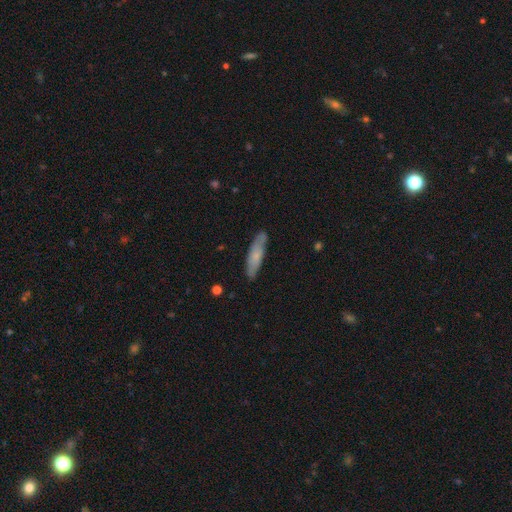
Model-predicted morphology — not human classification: smooth 63%, featured or disk 31%, star or artifact 6%. Down the decision tree: how rounded — cigar-shaped (74%); merging — none (82%).